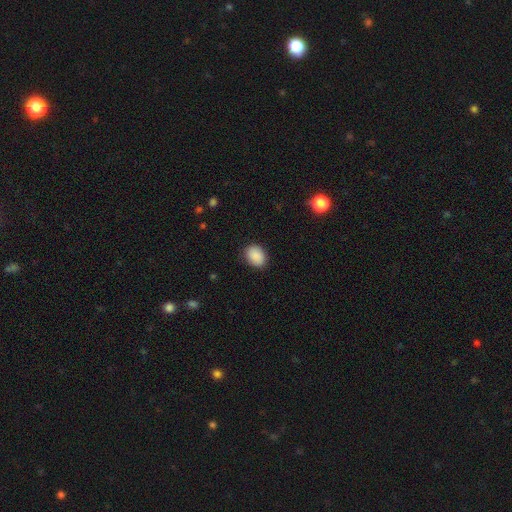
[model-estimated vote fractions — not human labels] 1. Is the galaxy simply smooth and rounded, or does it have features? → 90% smooth, 7% star or artifact, 3% featured or disk.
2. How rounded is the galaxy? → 71% in between, 28% round, 1% cigar-shaped.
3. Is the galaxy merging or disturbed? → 88% none, 9% minor disturbance, 3% major disturbance, 1% merger.